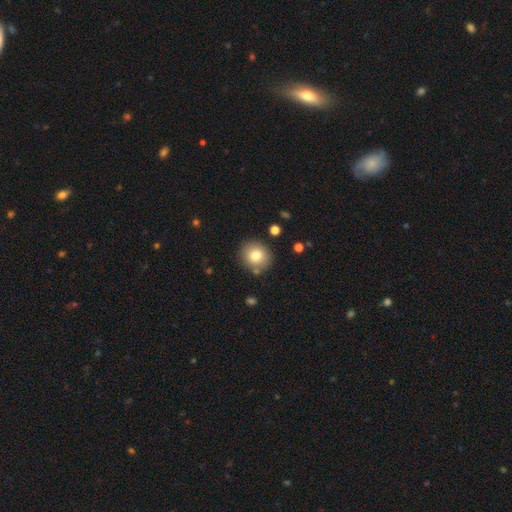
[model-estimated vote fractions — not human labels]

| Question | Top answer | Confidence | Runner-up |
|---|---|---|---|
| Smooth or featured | smooth | 78% | featured or disk (12%) |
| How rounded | round | 87% | in between (12%) |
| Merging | none | 84% | minor disturbance (9%) |